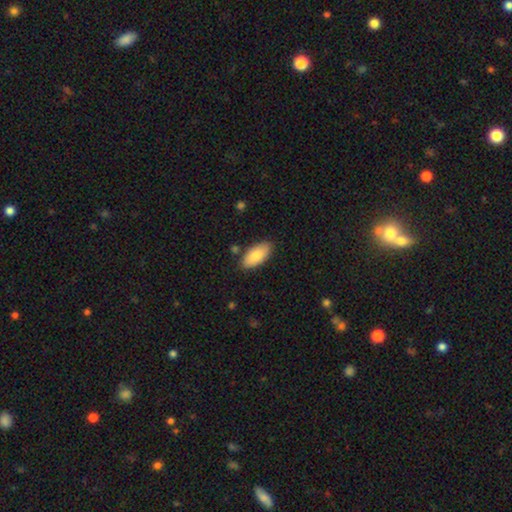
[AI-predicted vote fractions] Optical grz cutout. It shows a smooth galaxy with no disk features (85%) that is in between round and cigar-shaped (92%). Merging: none (83%).